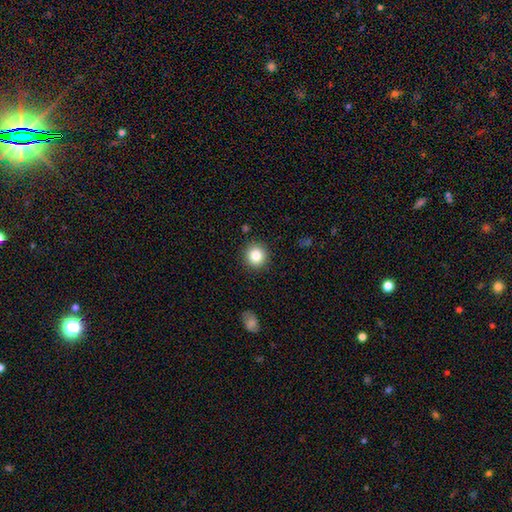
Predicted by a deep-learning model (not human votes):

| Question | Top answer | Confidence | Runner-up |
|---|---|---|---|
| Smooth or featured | smooth | 83% | star or artifact (10%) |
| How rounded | round | 92% | in between (7%) |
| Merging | none | 90% | minor disturbance (6%) |